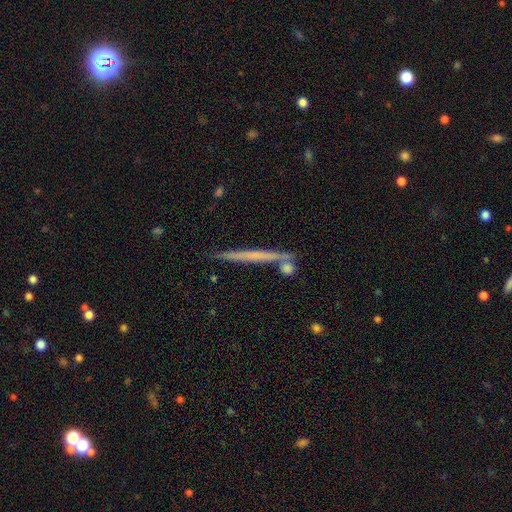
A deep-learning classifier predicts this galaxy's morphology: Overall: featured or disk (49%; smooth 44%). Merging: none (83%).